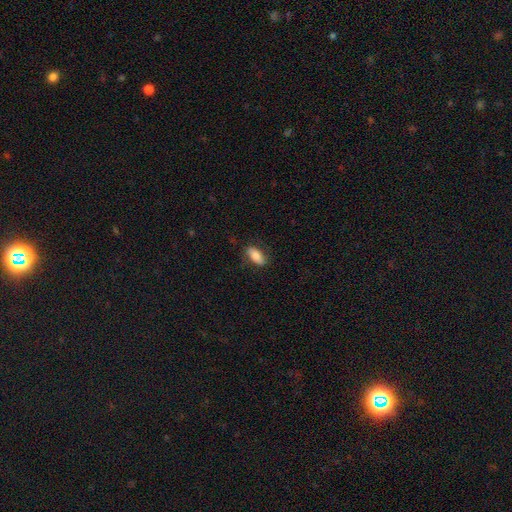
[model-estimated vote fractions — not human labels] Smooth or featured? smooth (79%)
How rounded? in between (85%)
Merging? none (79%)